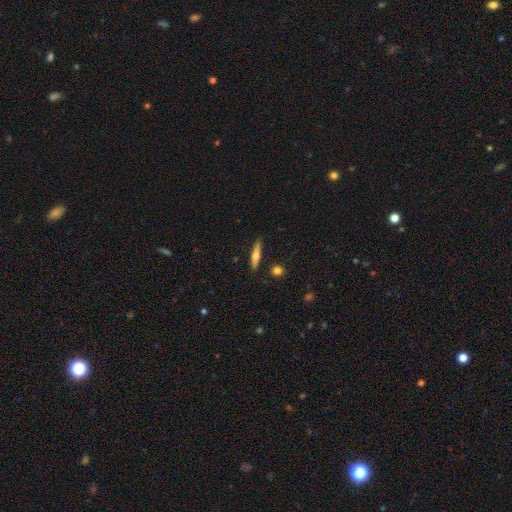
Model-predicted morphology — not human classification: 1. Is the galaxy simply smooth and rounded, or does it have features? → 51% smooth, 43% featured or disk, 7% star or artifact.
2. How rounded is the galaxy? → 82% cigar-shaped, 15% in between, 3% round.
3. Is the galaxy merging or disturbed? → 86% none, 10% minor disturbance, 3% merger, 2% major disturbance.